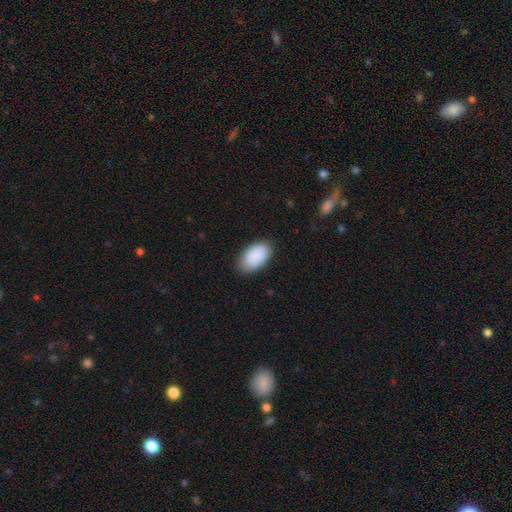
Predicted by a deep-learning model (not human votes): The model was most divided on "merging": none: 83%, minor disturbance: 13%, major disturbance: 3%, merger: 1%. More confident: how rounded — in between (94%); smooth or featured — smooth (89%).